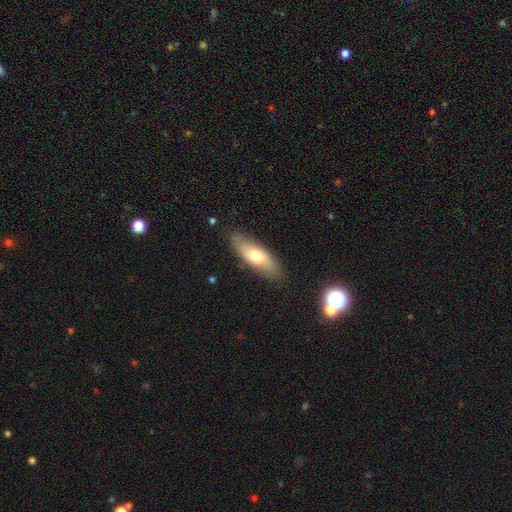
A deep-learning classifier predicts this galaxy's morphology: A smooth galaxy with no disk features (61%) that is in between round and cigar-shaped (64%). Merging: none (83%).